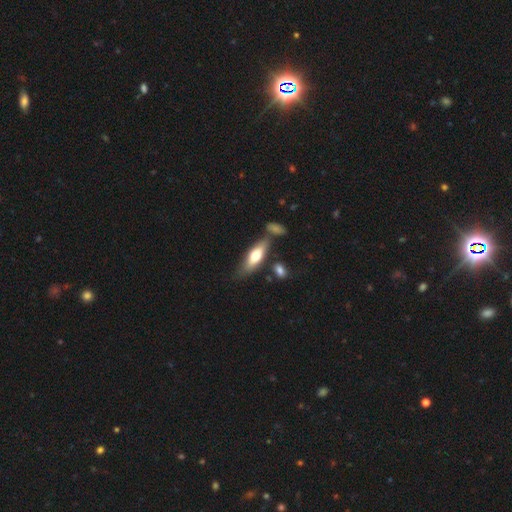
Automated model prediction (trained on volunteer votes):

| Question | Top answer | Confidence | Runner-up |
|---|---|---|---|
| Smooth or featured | smooth | 62% | featured or disk (32%) |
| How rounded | in between | 57% | cigar-shaped (41%) |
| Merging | none | 67% | minor disturbance (16%) |